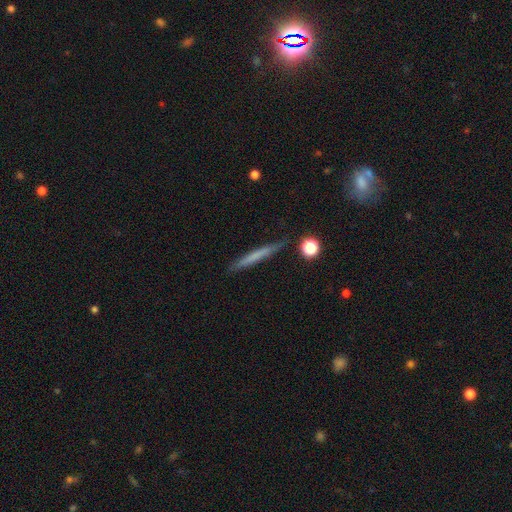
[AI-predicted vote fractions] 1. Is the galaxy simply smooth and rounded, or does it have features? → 59% smooth, 34% featured or disk, 7% star or artifact.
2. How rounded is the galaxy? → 95% cigar-shaped, 3% in between, 2% round.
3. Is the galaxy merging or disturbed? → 86% none, 10% minor disturbance, 2% major disturbance, 2% merger.